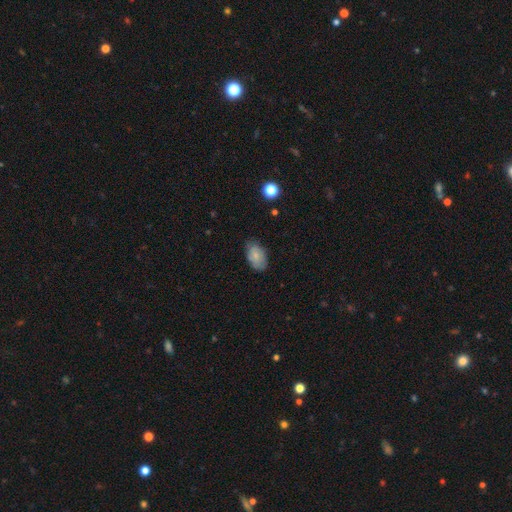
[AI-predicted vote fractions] This is likely a smooth galaxy (78%). How rounded: clearly in between (92%). Merging: likely none (74%).